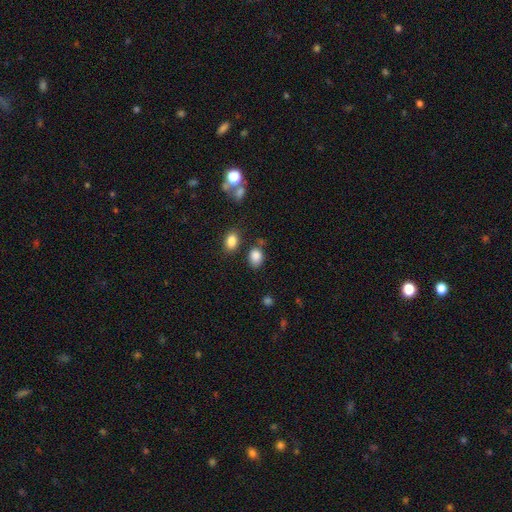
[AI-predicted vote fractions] A smooth galaxy with no disk features (85%) that is in between round and cigar-shaped (69%).

Vote fractions:
- Smooth or featured? smooth: 85% / star or artifact: 10% / featured or disk: 5%
- How rounded? in between: 69% / round: 30% / cigar-shaped: 1%
- Merging? none: 69% / minor disturbance: 16% / merger: 10% / major disturbance: 5%